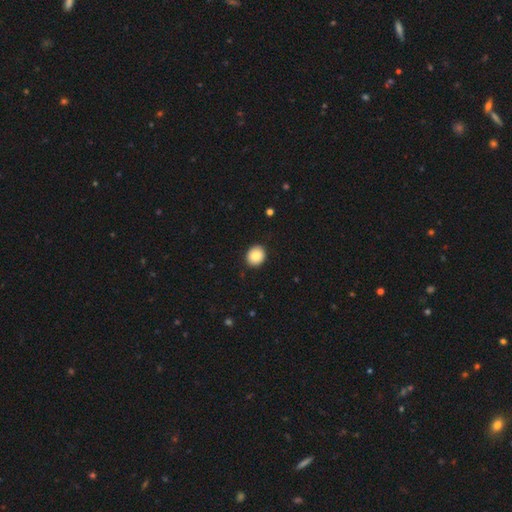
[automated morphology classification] smooth 85%, star or artifact 8%, featured or disk 6%. Down the decision tree: how rounded — round (73%); merging — none (91%).